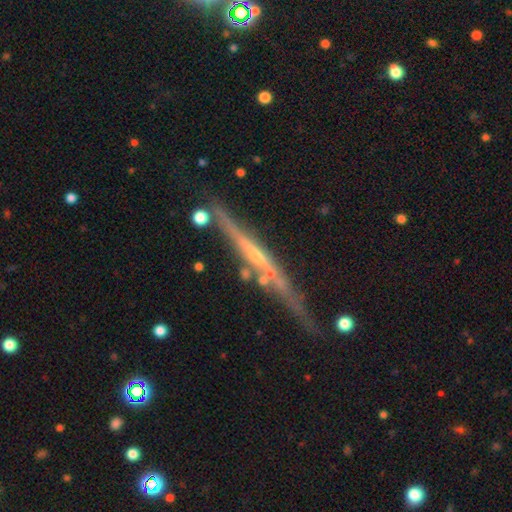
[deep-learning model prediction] featured or disk 79%, smooth 14%, star or artifact 7%. Down the decision tree: edge-on disk — yes (95%); edge-on bulge — rounded (47%); merging — none (66%).